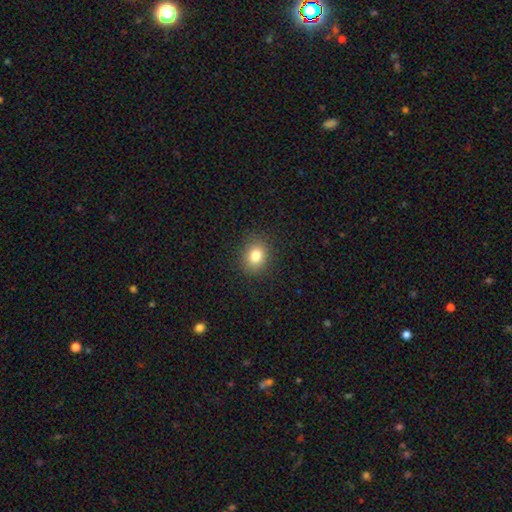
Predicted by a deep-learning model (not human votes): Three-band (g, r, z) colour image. It shows a smooth galaxy with no disk features (81%) that is round (63%). Merging: none (88%).